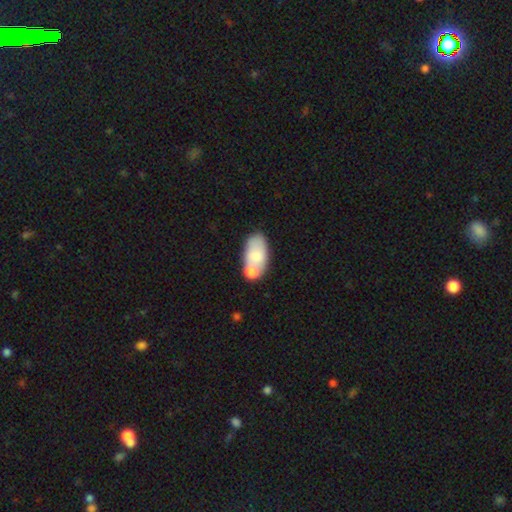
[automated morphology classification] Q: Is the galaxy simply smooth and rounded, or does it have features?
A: smooth — 71%.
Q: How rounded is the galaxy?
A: in between — 93%.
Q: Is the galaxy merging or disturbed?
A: none — 40%.